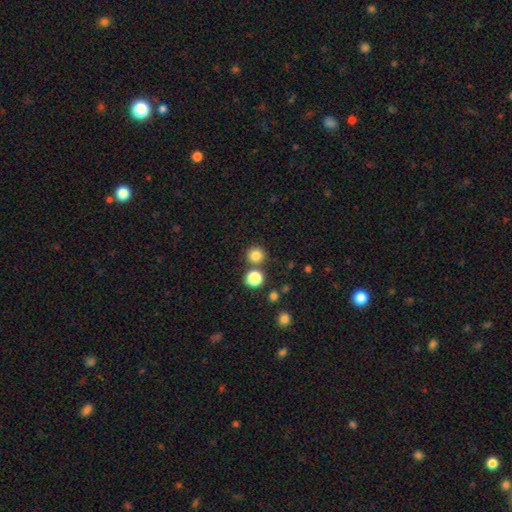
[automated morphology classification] This is clearly a smooth galaxy (81%). How rounded: clearly round (93%). Merging: likely none (77%).